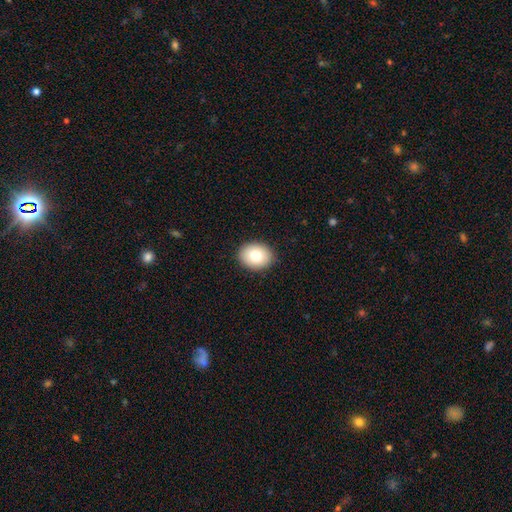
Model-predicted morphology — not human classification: Q: Smooth or featured?
A: smooth (79%); runner-up: featured or disk (13%)
Q: How rounded?
A: in between (53%); runner-up: round (46%)
Q: Merging?
A: none (90%); runner-up: minor disturbance (7%)